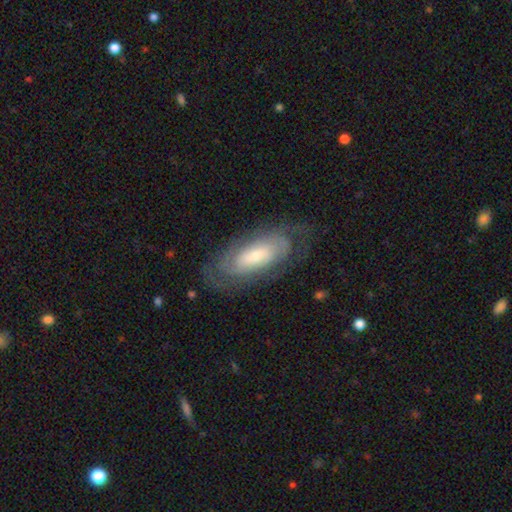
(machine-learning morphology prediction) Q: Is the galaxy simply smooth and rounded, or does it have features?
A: featured or disk — 72%.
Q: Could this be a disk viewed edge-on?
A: no — 90%.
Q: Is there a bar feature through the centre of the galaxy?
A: no — 61%.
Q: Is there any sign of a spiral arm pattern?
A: yes — 86%.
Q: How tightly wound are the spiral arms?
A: tight — 66%.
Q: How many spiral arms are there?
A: can't tell — 46%.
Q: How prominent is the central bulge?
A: small — 59%.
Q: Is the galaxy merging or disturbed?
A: none — 72%.